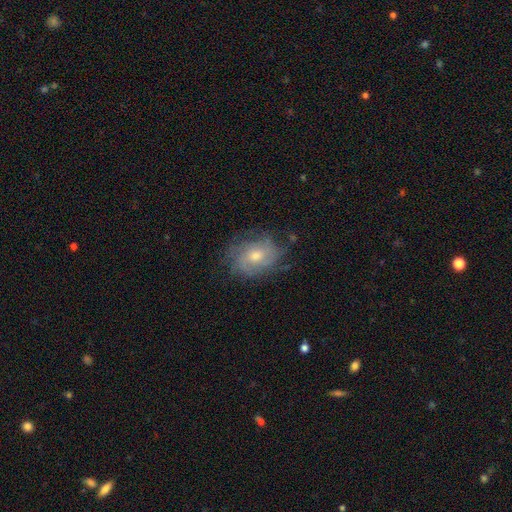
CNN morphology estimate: smooth_or_featured: featured or disk (p=0.70) [alt: smooth p=0.21]
disk_edge_on: no (p=0.97) [alt: yes p=0.03]
bar: no (p=0.73) [alt: weak p=0.23]
has_spiral_arms: yes (p=0.86) [alt: no p=0.14]
spiral_winding: tight (p=0.52) [alt: medium p=0.34]
spiral_arm_count: can't tell (p=0.47) [alt: 3 p=0.16]
bulge_size: moderate (p=0.61) [alt: small p=0.33]
merging: none (p=0.69) [alt: minor disturbance p=0.20]